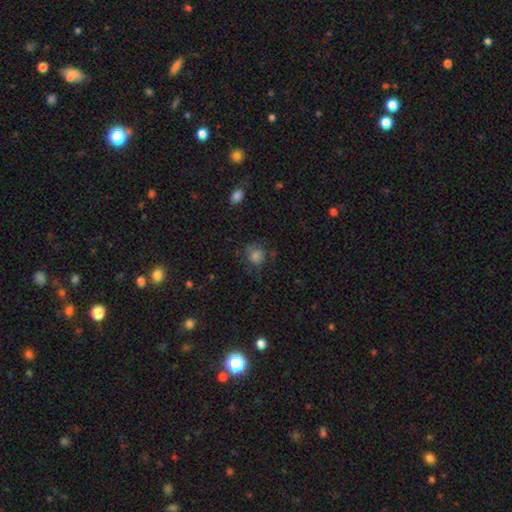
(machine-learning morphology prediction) smooth_or_featured: smooth (p=0.69) [alt: featured or disk p=0.17]
how_rounded: round (p=0.78) [alt: in between p=0.21]
merging: none (p=0.61) [alt: minor disturbance p=0.22]